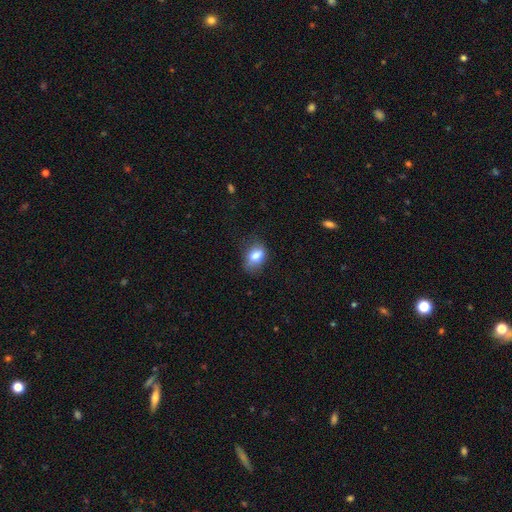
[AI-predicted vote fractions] The model was most divided on "merging": none: 64%, minor disturbance: 26%, major disturbance: 8%, merger: 2%. More confident: smooth or featured — smooth (78%); how rounded — in between (75%).